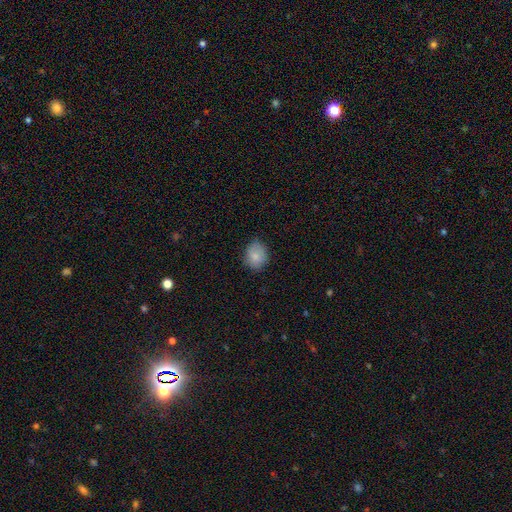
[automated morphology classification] Overall: smooth (82%). How rounded: round (55%; in between 44%). Merging: none (74%).